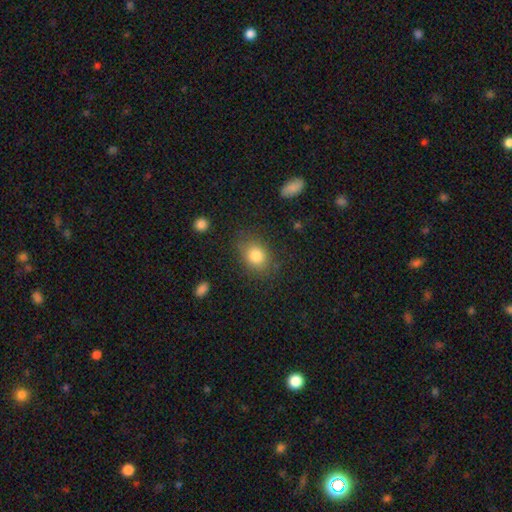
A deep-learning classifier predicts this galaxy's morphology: A smooth galaxy with no disk features (81%) that is in between round and cigar-shaped (56%).

Vote fractions:
- Smooth or featured? smooth: 81% / star or artifact: 10% / featured or disk: 8%
- How rounded? in between: 56% / round: 43% / cigar-shaped: 1%
- Merging? none: 77% / minor disturbance: 15% / major disturbance: 6% / merger: 2%